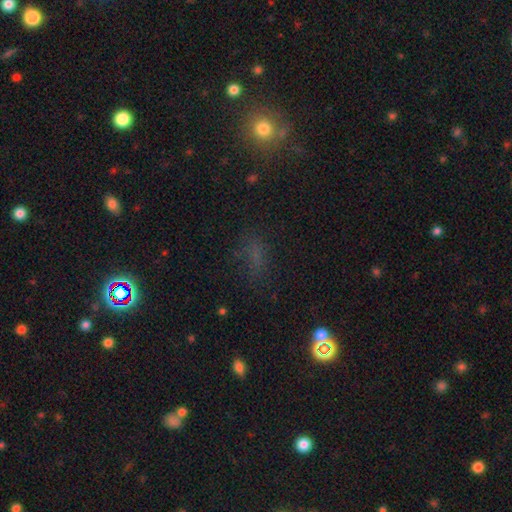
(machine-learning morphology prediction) The model was most divided on "smooth or featured": smooth: 50%, star or artifact: 36%, featured or disk: 14%. More confident: merging — none (63%).